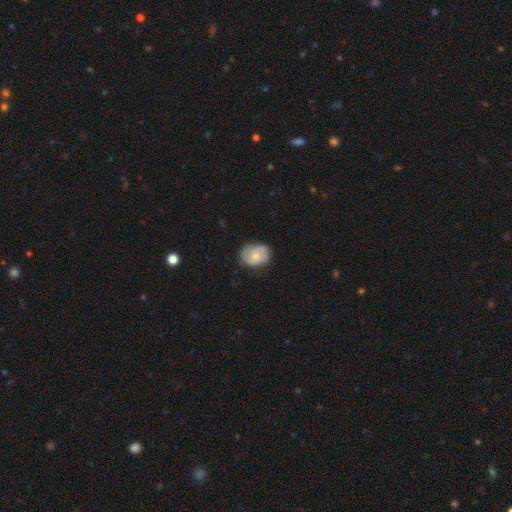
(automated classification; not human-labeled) Smooth or featured?
  - smooth: 53% *
  - featured or disk: 40%
  - star or artifact: 7%
How rounded?
  - in between: 52% *
  - round: 47%
  - cigar-shaped: 1%
Merging?
  - none: 73% *
  - minor disturbance: 21%
  - major disturbance: 5%
  - merger: 1%